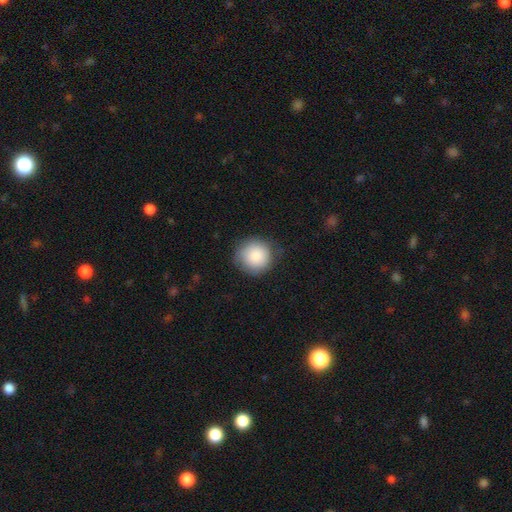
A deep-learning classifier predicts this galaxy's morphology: smooth-or-featured: smooth: 87% | star or artifact: 7% | featured or disk: 6%
  how-rounded: round: 93% | in between: 6% | cigar-shaped: 1%
  merging: none: 80% | minor disturbance: 15% | major disturbance: 4% | merger: 1%